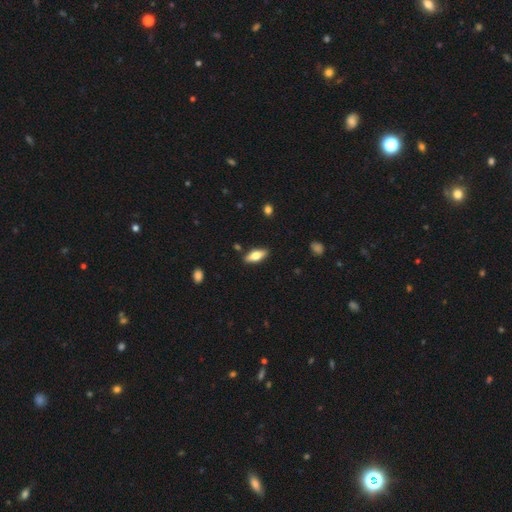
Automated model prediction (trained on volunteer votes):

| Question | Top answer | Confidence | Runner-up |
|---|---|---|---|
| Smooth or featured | smooth | 60% | featured or disk (34%) |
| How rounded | in between | 70% | cigar-shaped (27%) |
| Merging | none | 87% | minor disturbance (10%) |